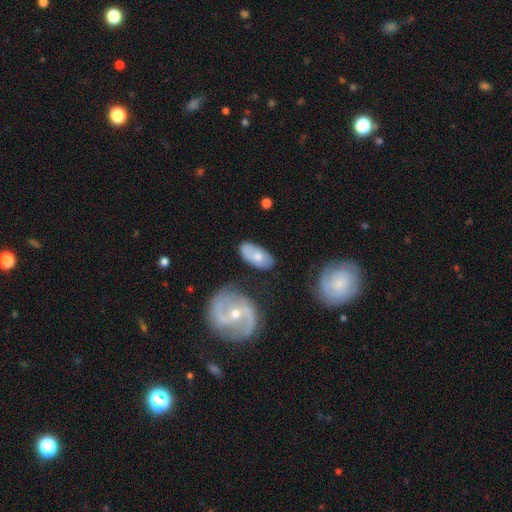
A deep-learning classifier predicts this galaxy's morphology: Q: Smooth or featured?
A: smooth (62%); runner-up: featured or disk (31%)
Q: How rounded?
A: in between (92%); runner-up: round (4%)
Q: Merging?
A: none (62%); runner-up: minor disturbance (23%)